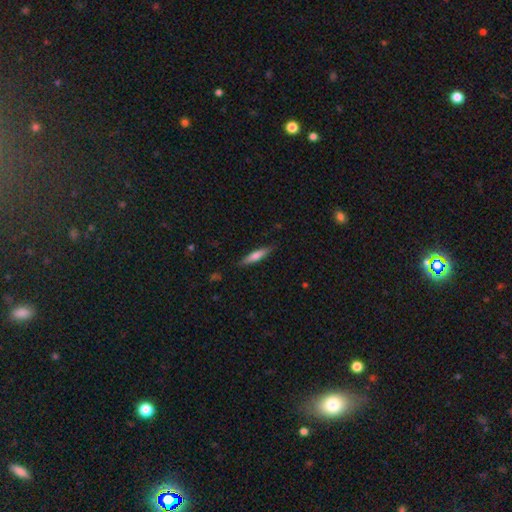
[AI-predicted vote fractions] The model was most divided on "smooth or featured": smooth: 61%, featured or disk: 33%, star or artifact: 6%. More confident: merging — none (87%); how rounded — cigar-shaped (85%).